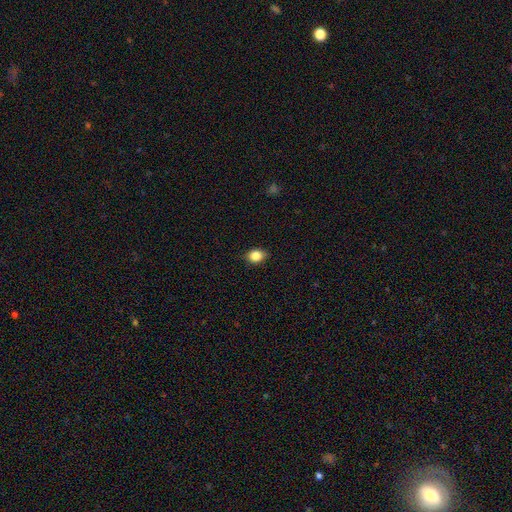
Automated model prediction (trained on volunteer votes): smooth-or-featured: smooth: 85% | star or artifact: 10% | featured or disk: 6%
  how-rounded: in between: 57% | round: 42% | cigar-shaped: 1%
  merging: none: 87% | minor disturbance: 10% | major disturbance: 2% | merger: 1%